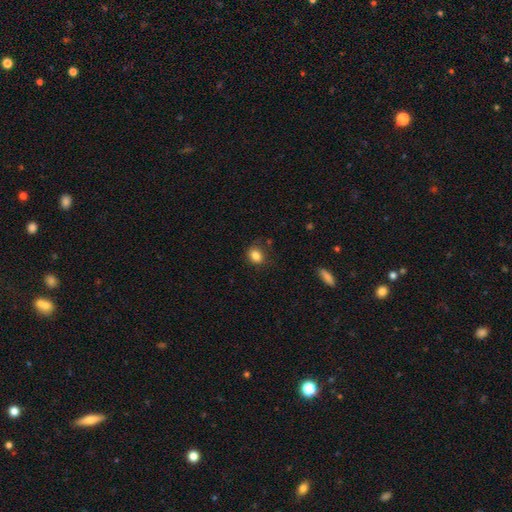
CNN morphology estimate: The model was most divided on "how rounded": round: 50%, in between: 48%, cigar-shaped: 1%. More confident: smooth or featured — smooth (85%); merging — none (80%).